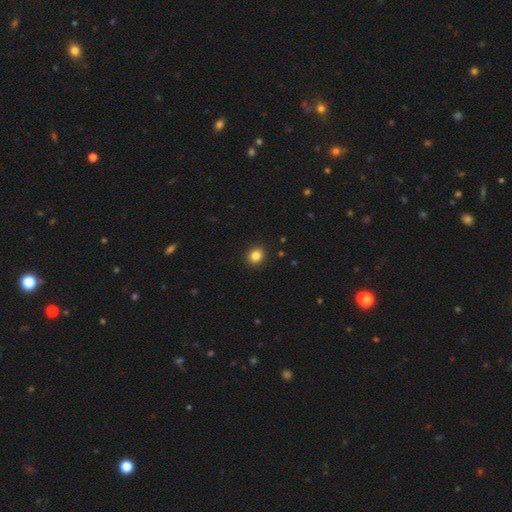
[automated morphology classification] Smooth or featured?
  - smooth: 85% *
  - star or artifact: 11%
  - featured or disk: 5%
How rounded?
  - round: 75% *
  - in between: 24%
  - cigar-shaped: 1%
Merging?
  - none: 92% *
  - minor disturbance: 5%
  - major disturbance: 2%
  - merger: 1%